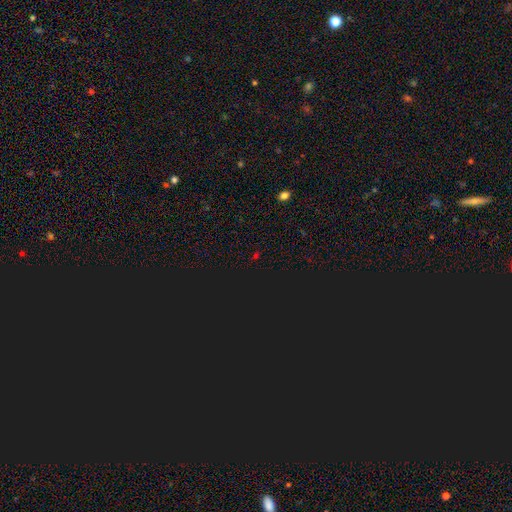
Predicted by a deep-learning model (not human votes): This appears to be a star or artifact, not a galaxy (70%).